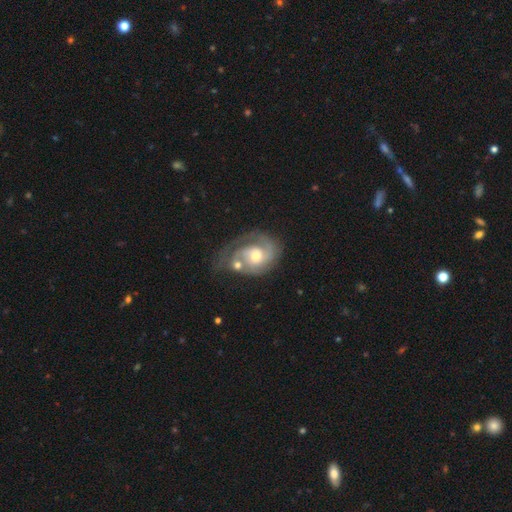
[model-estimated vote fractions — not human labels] A featured or disk galaxy (81%) with no bar (67%), 2 (50%) tight (47%) spiral arms (92%) and a moderate central bulge (59%).

Vote fractions:
- Smooth or featured? featured or disk: 81% / smooth: 14% / star or artifact: 5%
- Edge-on disk? no: 97% / yes: 3%
- Bar? no: 67% / weak: 28% / strong: 5%
- Spiral arms? yes: 92% / no: 8%
- Spiral winding? tight: 47% / medium: 39% / loose: 14%
- Spiral arm count? 2: 50% / 1: 25% / can't tell: 15% / 3: 7% / 4: 2% / more than 4: 2%
- Bulge size? moderate: 59% / small: 30% / large: 8% / none: 2% / dominant: 1%
- Merging? none: 41% / merger: 21% / minor disturbance: 20% / major disturbance: 19%